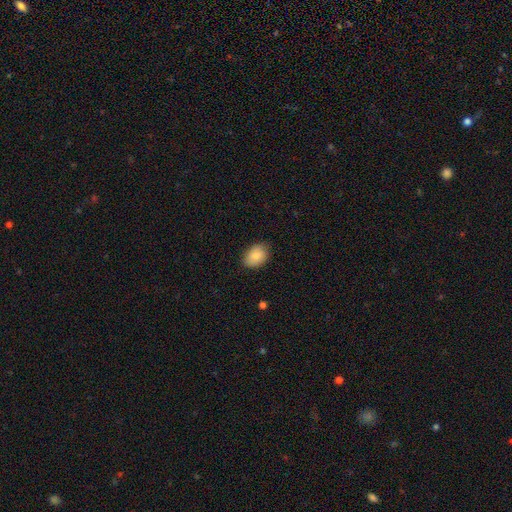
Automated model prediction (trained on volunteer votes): smooth-or-featured: smooth: 87% | star or artifact: 7% | featured or disk: 6%
  how-rounded: in between: 78% | round: 20% | cigar-shaped: 1%
  merging: none: 80% | minor disturbance: 16% | major disturbance: 3% | merger: 1%